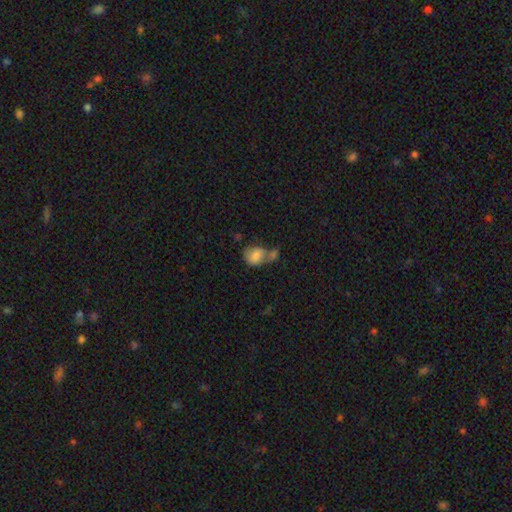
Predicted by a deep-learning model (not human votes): This is likely a smooth galaxy (78%). How rounded: possibly in between (53%). Merging: possibly merger (48%).